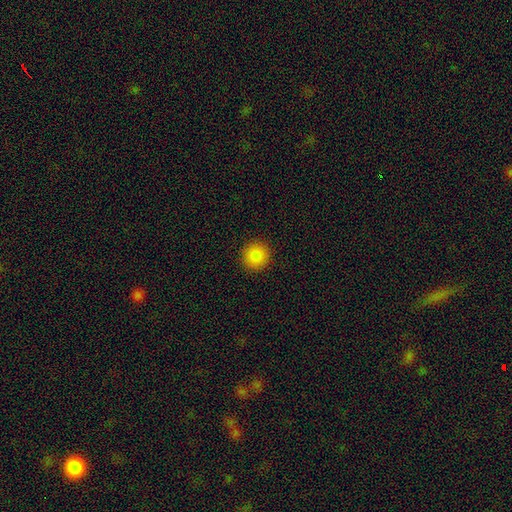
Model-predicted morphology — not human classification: A smooth galaxy with no disk features (86%) that is round (94%). Merging: none (92%).